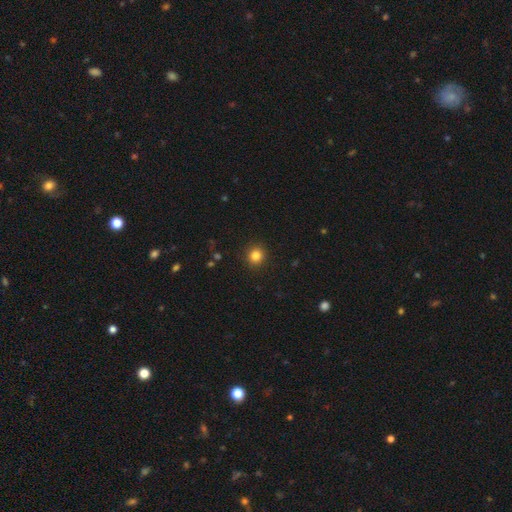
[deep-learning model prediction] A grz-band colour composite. It shows a smooth galaxy with no disk features (83%) that is round (91%). Merging: none (91%).